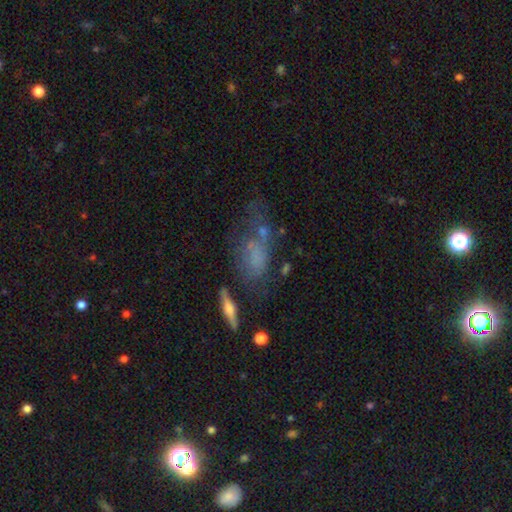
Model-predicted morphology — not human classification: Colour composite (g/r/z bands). It shows a smooth galaxy with no disk features (47%). Merging: none (34%).